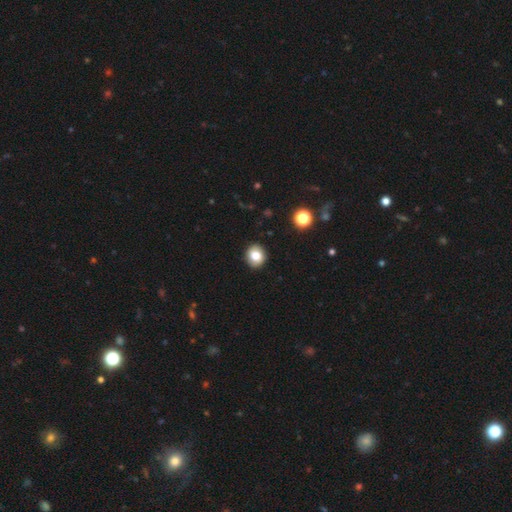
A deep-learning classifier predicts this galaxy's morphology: Smooth or featured?
  - smooth: 79% *
  - featured or disk: 11%
  - star or artifact: 10%
How rounded?
  - round: 78% *
  - in between: 21%
  - cigar-shaped: 1%
Merging?
  - none: 89% *
  - minor disturbance: 8%
  - major disturbance: 2%
  - merger: 1%